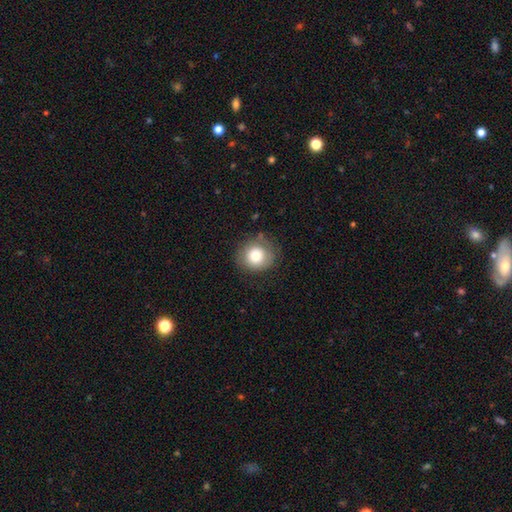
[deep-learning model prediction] smooth-or-featured: smooth: 76% | featured or disk: 14% | star or artifact: 9%
  how-rounded: round: 88% | in between: 11% | cigar-shaped: 1%
  merging: none: 77% | minor disturbance: 16% | major disturbance: 6% | merger: 1%